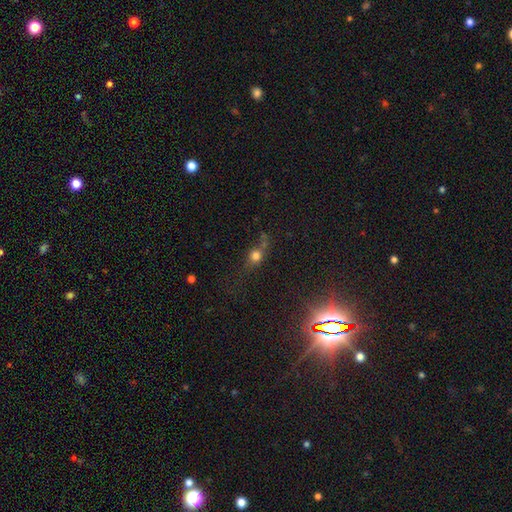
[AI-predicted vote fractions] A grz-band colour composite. It shows a smooth galaxy with no disk features (66%) that is round (63%). Merging: none (51%).